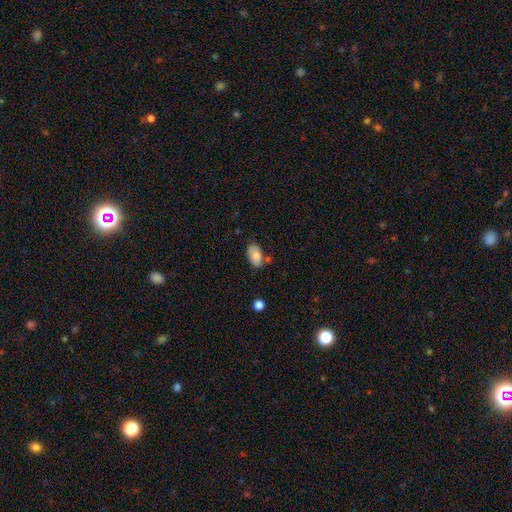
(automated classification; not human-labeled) Smooth or featured? Predicted: smooth (p=0.77). How rounded? Predicted: in between (p=0.93). Merging? Predicted: none (p=0.70).